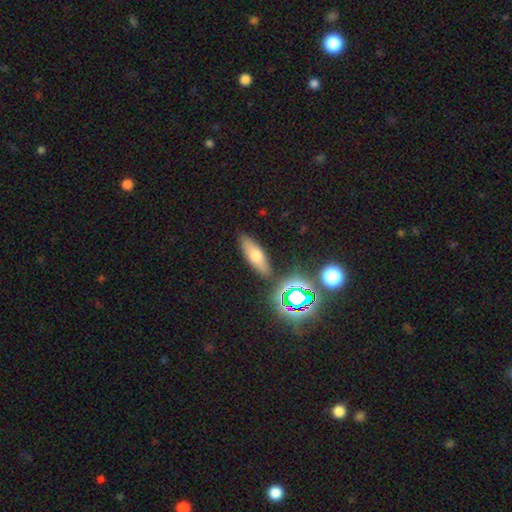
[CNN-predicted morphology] Q: Smooth or featured?
A: smooth (61%); runner-up: featured or disk (25%)
Q: How rounded?
A: in between (58%); runner-up: cigar-shaped (37%)
Q: Merging?
A: none (85%); runner-up: minor disturbance (9%)